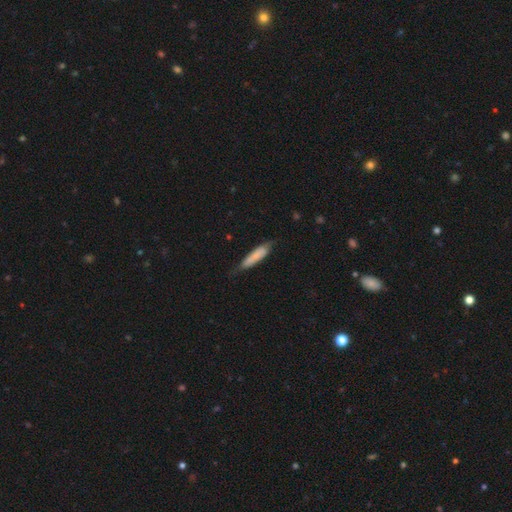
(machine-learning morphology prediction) The model was most divided on "merging": none: 65%, minor disturbance: 27%, major disturbance: 6%, merger: 2%. More confident: how rounded — cigar-shaped (77%); smooth or featured — smooth (72%).